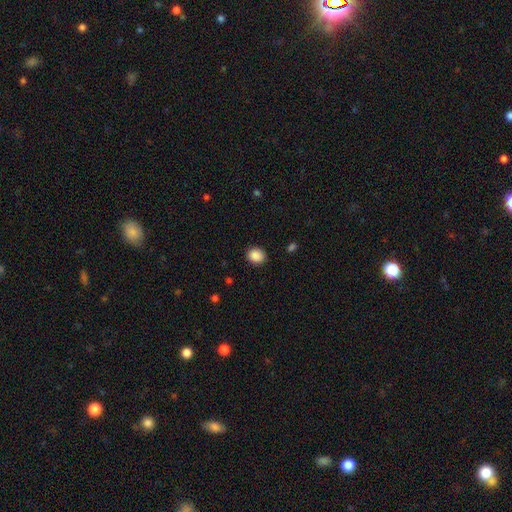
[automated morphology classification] Overall: smooth (89%). How rounded: round (66%; in between 34%). Merging: none (89%).